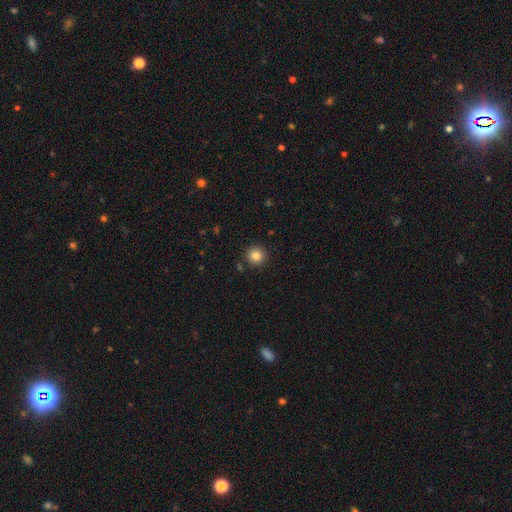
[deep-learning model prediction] This is clearly a smooth galaxy (84%). How rounded: clearly round (95%). Merging: clearly none (90%).